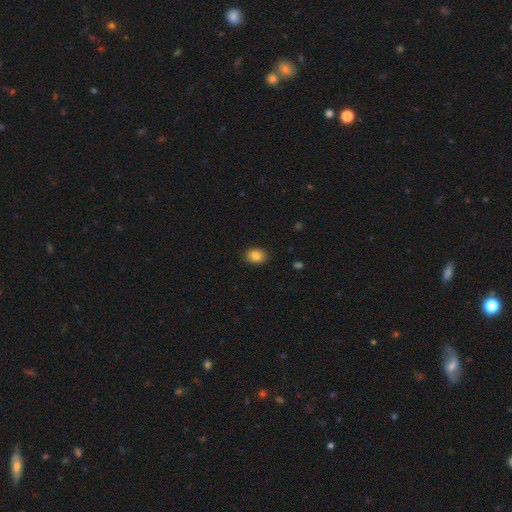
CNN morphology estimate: Smooth or featured? smooth (84%)
How rounded? in between (64%)
Merging? none (87%)